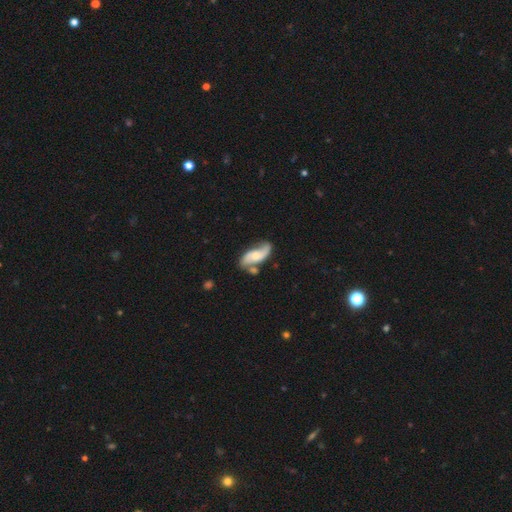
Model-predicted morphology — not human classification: Smooth or featured?
  - featured or disk: 71% *
  - smooth: 23%
  - star or artifact: 6%
Edge-on disk?
  - no: 94% *
  - yes: 6%
Bar?
  - no: 59% *
  - weak: 32%
  - strong: 9%
Spiral arms?
  - yes: 93% *
  - no: 7%
Spiral winding?
  - loose: 54% *
  - medium: 34%
  - tight: 12%
Spiral arm count?
  - 2: 89% *
  - can't tell: 5%
  - 1: 3%
  - 3: 1%
  - 4: 1%
  - more than 4: 1%
Bulge size?
  - moderate: 46% *
  - small: 40%
  - none: 7%
  - large: 6%
  - dominant: 1%
Merging?
  - none: 56% *
  - minor disturbance: 19%
  - merger: 18%
  - major disturbance: 7%